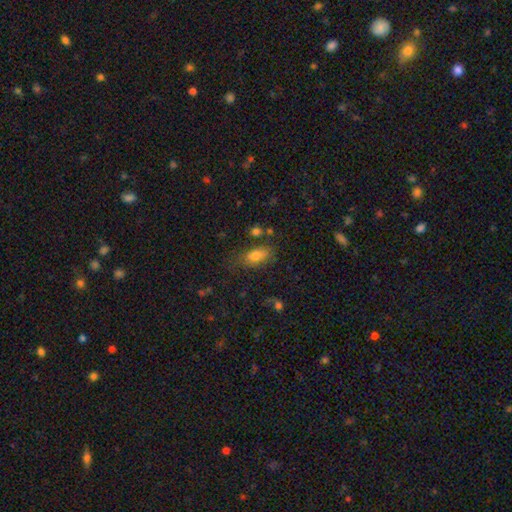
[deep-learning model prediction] Smooth or featured? Predicted: smooth (p=0.77). How rounded? Predicted: in between (p=0.83). Merging? Predicted: none (p=0.67).